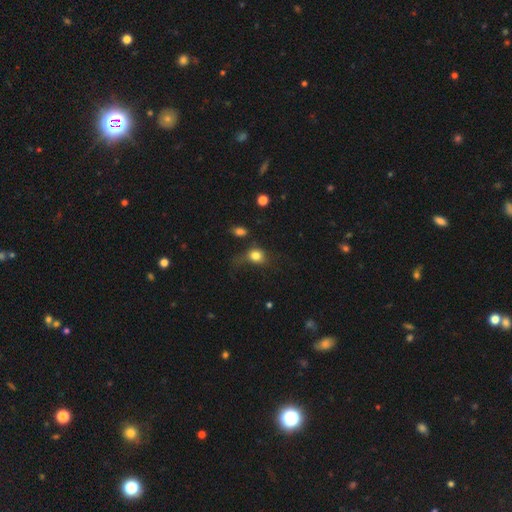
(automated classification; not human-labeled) Q: Smooth or featured?
A: smooth (79%); runner-up: star or artifact (11%)
Q: How rounded?
A: round (62%); runner-up: in between (37%)
Q: Merging?
A: none (46%); runner-up: minor disturbance (26%)